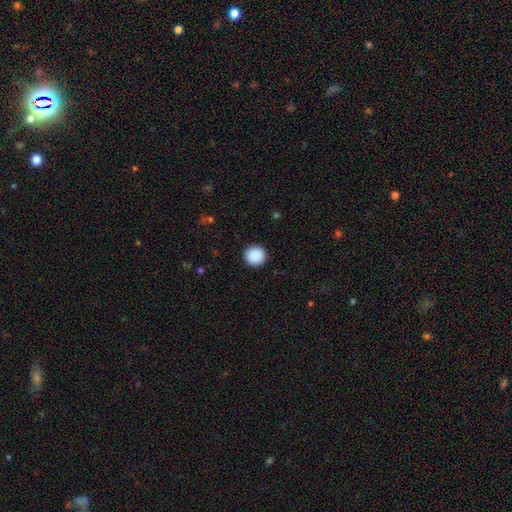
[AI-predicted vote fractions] Smooth or featured? smooth (90%)
How rounded? round (95%)
Merging? none (93%)